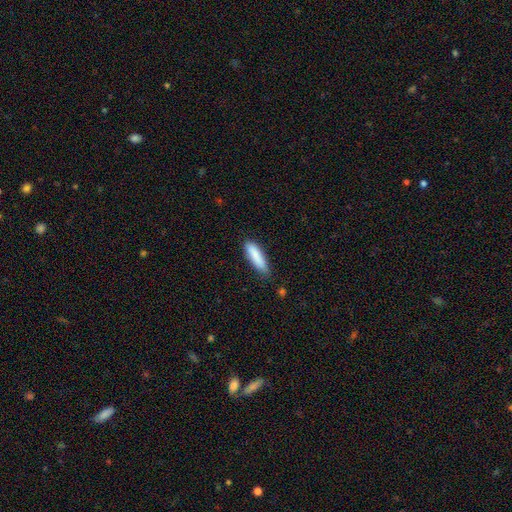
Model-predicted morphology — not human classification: Overall: smooth (86%). How rounded: cigar-shaped (62%; in between 37%). Merging: none (75%).